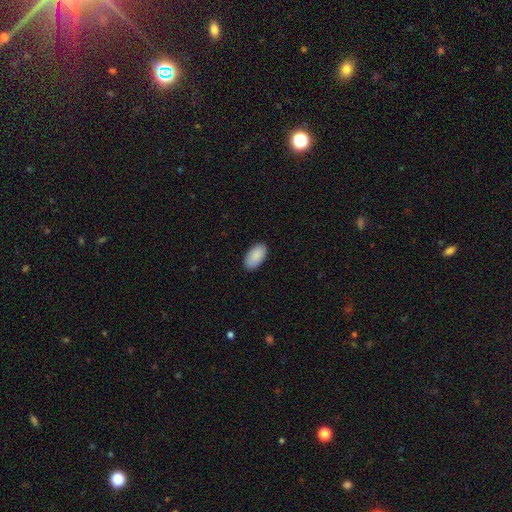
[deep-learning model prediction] Smooth or featured: smooth — 90% (star or artifact — 6%)
How rounded: in between — 96% (round — 3%)
Merging: none — 87% (minor disturbance — 10%)